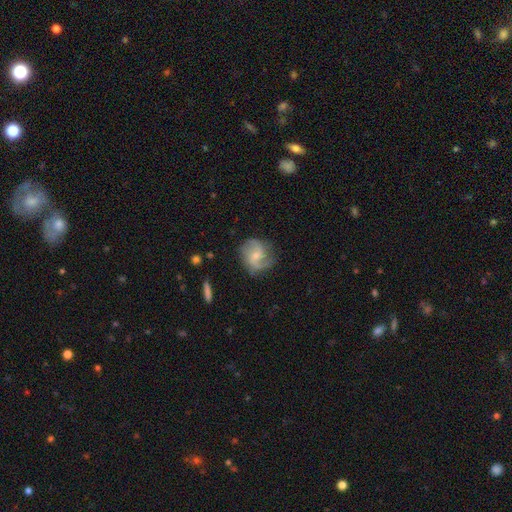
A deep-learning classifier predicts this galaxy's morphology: smooth_or_featured: featured or disk (p=0.77) [alt: smooth p=0.16]
disk_edge_on: no (p=0.97) [alt: yes p=0.03]
bar: no (p=0.52) [alt: weak p=0.41]
has_spiral_arms: yes (p=0.95) [alt: no p=0.05]
spiral_winding: medium (p=0.48) [alt: loose p=0.32]
spiral_arm_count: 2 (p=0.75) [alt: can't tell p=0.09]
bulge_size: small (p=0.60) [alt: moderate p=0.33]
merging: none (p=0.72) [alt: minor disturbance p=0.19]